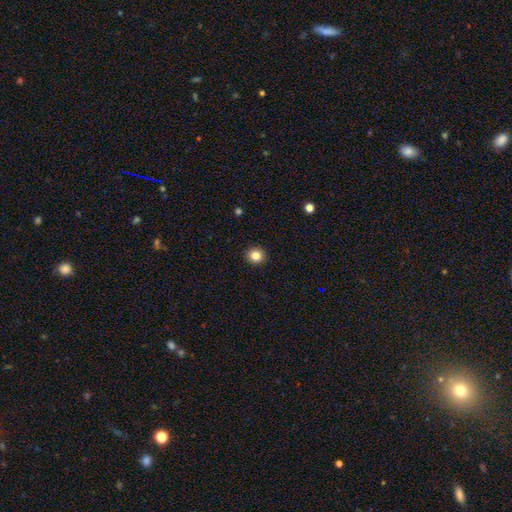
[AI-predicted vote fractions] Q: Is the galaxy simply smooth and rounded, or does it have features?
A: smooth — 84%.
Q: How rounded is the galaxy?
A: round — 90%.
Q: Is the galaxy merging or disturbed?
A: none — 93%.